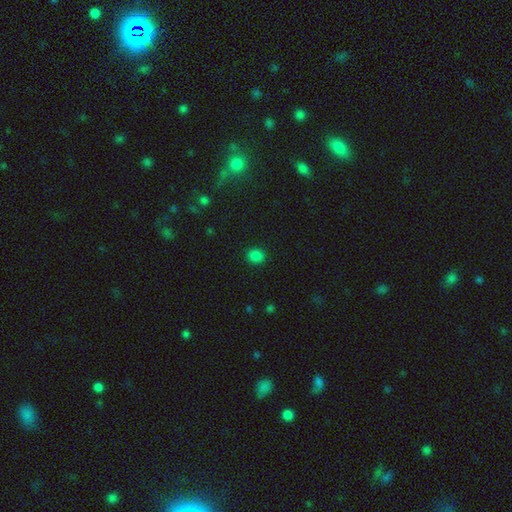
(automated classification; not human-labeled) Q: Smooth or featured?
A: smooth (83%); runner-up: star or artifact (14%)
Q: How rounded?
A: round (69%); runner-up: in between (30%)
Q: Merging?
A: none (90%); runner-up: minor disturbance (7%)